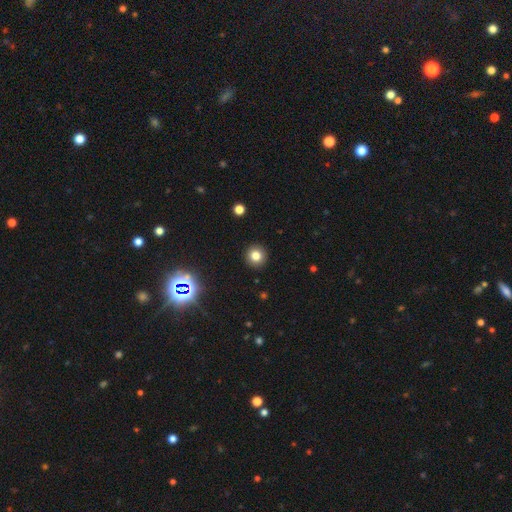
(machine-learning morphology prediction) This appears to be a smooth galaxy with no disk features (78%) that is round (94%). Merging: none (92%).